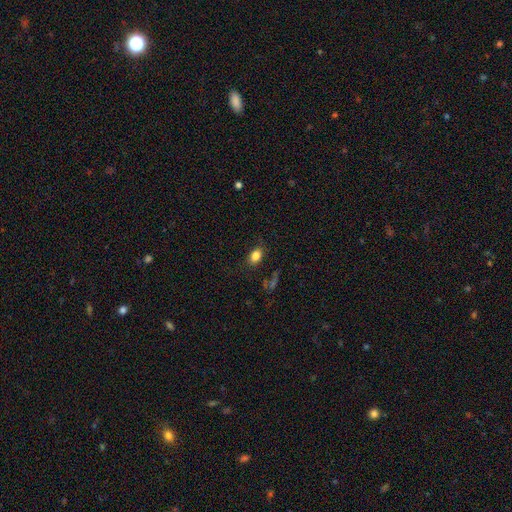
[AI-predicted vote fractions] Morphology: type=smooth (83%); roundness=in between (76%); merging=none (81%).